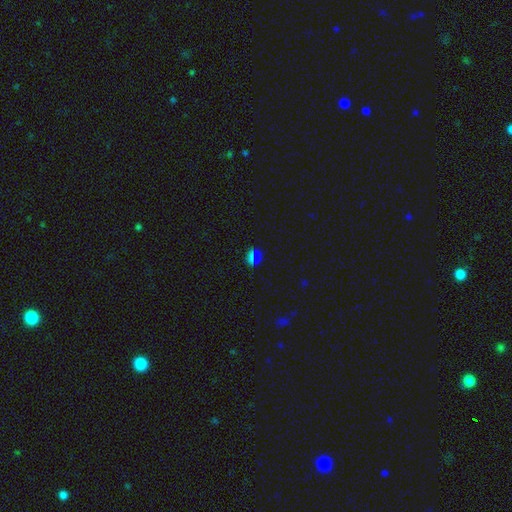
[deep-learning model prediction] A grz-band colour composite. It shows a smooth galaxy with no disk features (55%) that is round (65%). Merging: none (82%).